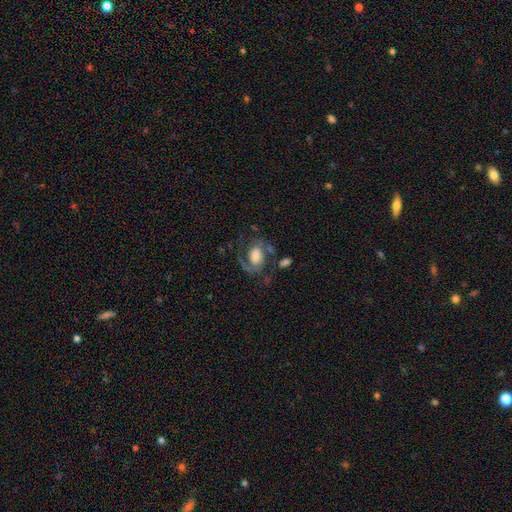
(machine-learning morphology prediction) This is likely a featured or disk galaxy (73%). It is clearly not viewed edge-on (97%). Bar: possibly no (53%). Spiral arm pattern: clearly yes (89%). Spiral arm count: likely 2 (66%). Spiral winding: possibly medium (48%). Central bulge: marginally large (41%). Merging: possibly none (49%).